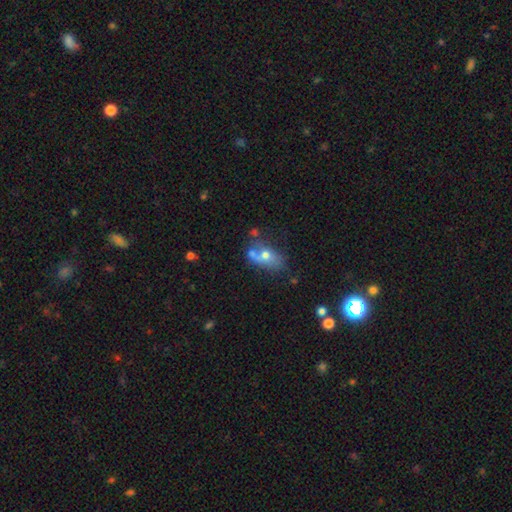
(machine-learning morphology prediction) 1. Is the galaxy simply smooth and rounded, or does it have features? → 51% smooth, 32% featured or disk, 17% star or artifact.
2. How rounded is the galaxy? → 68% in between, 25% round, 8% cigar-shaped.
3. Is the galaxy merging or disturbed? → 38% none, 35% merger, 16% minor disturbance, 11% major disturbance.